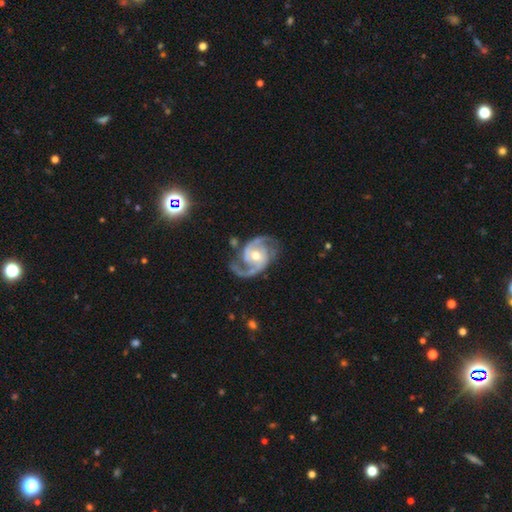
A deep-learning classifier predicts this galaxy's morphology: Q: Smooth or featured?
A: featured or disk (92%); runner-up: star or artifact (4%)
Q: Edge-on disk?
A: no (98%); runner-up: yes (2%)
Q: Bar?
A: no (54%); runner-up: weak (35%)
Q: Spiral arms?
A: yes (98%); runner-up: no (2%)
Q: Spiral winding?
A: medium (57%); runner-up: tight (23%)
Q: Spiral arm count?
A: 2 (89%); runner-up: 3 (4%)
Q: Bulge size?
A: moderate (70%); runner-up: small (24%)
Q: Merging?
A: none (71%); runner-up: minor disturbance (17%)